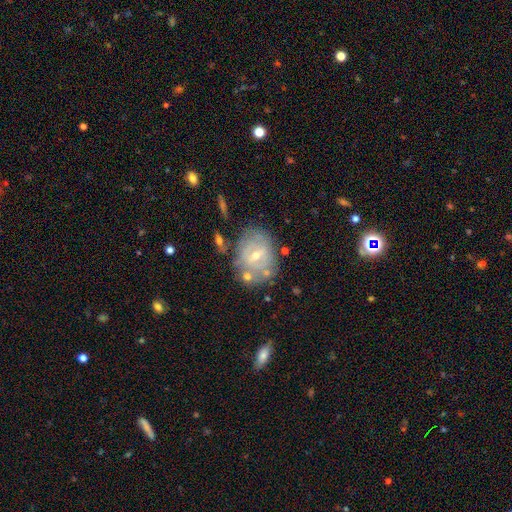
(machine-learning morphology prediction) smooth-or-featured: featured or disk: 67% | smooth: 24% | star or artifact: 9%
  disk-edge-on: no: 95% | yes: 5%
    bar: weak: 54% | no: 24% | strong: 22%
    has-spiral-arms: yes: 60% | no: 40%
    bulge-size: small: 58% | moderate: 38% | none: 2% | large: 1% | dominant: 1%
  merging: none: 65% | minor disturbance: 19% | major disturbance: 8% | merger: 8%